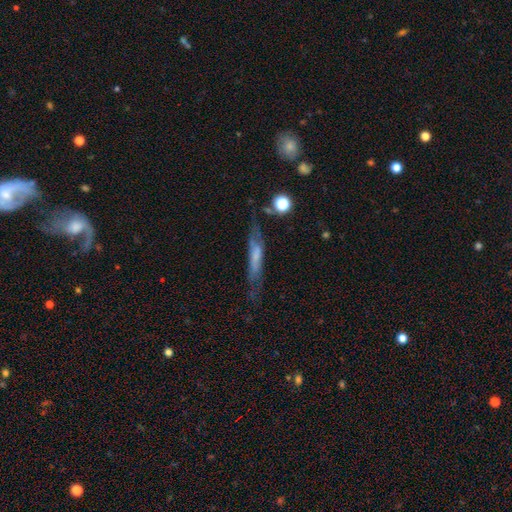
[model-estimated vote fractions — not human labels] This is possibly a featured or disk galaxy (47%). Merging: possibly none (59%).